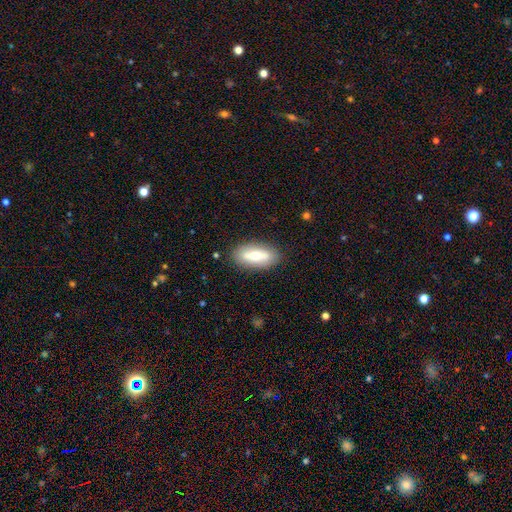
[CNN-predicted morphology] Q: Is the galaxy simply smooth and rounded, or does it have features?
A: smooth — 60%.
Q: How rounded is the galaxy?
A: in between — 82%.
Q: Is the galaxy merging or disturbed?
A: none — 85%.